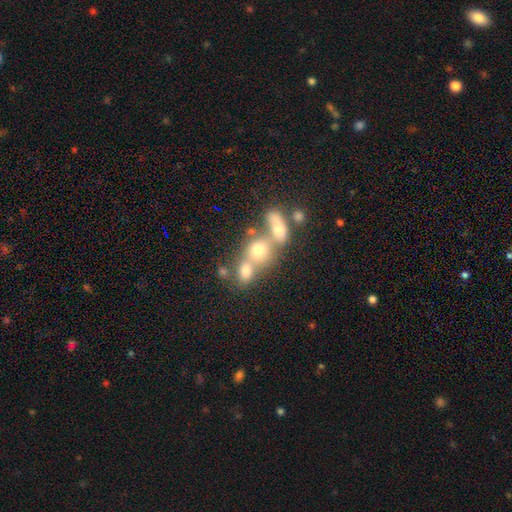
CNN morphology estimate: Overall: smooth (46%; featured or disk 35%). Merging: merger (66%).